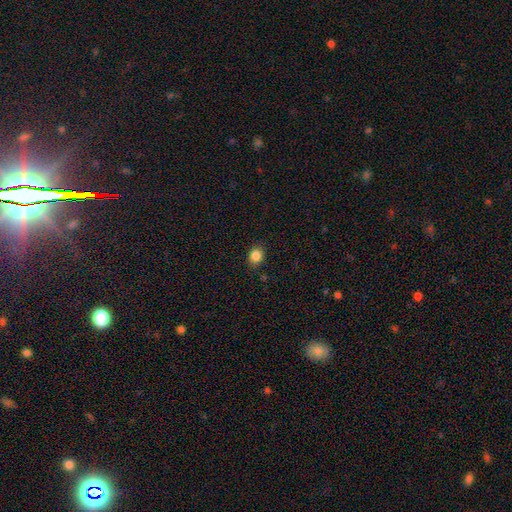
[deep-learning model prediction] Smooth or featured: smooth — 85% (star or artifact — 11%)
How rounded: round — 62% (in between — 37%)
Merging: none — 87% (minor disturbance — 9%)